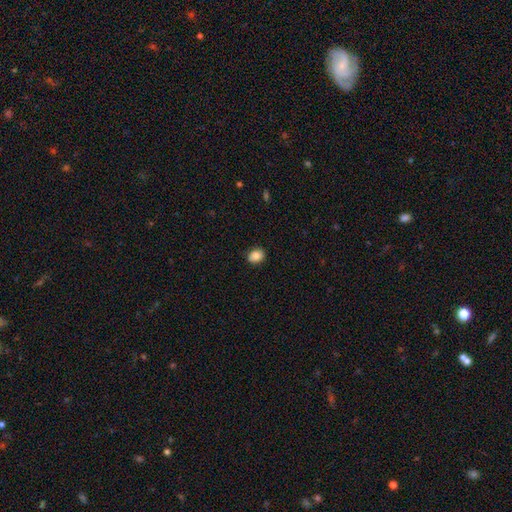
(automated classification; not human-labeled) This appears to be a smooth galaxy with no disk features (85%) that is in between round and cigar-shaped (57%). Merging: none (87%).